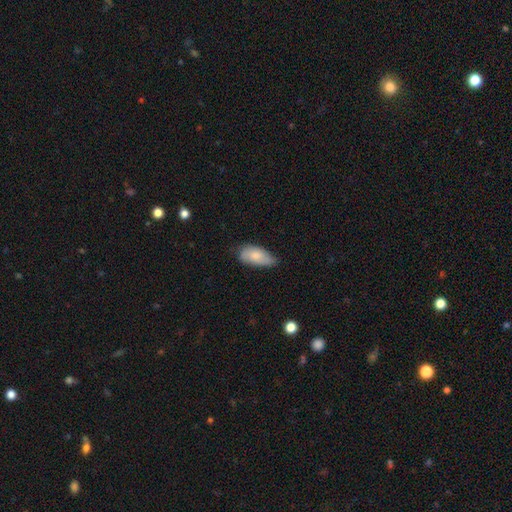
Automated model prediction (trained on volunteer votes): smooth-or-featured: smooth: 80% | featured or disk: 14% | star or artifact: 6%
  how-rounded: in between: 91% | cigar-shaped: 7% | round: 3%
  merging: none: 51% | minor disturbance: 39% | major disturbance: 8% | merger: 2%